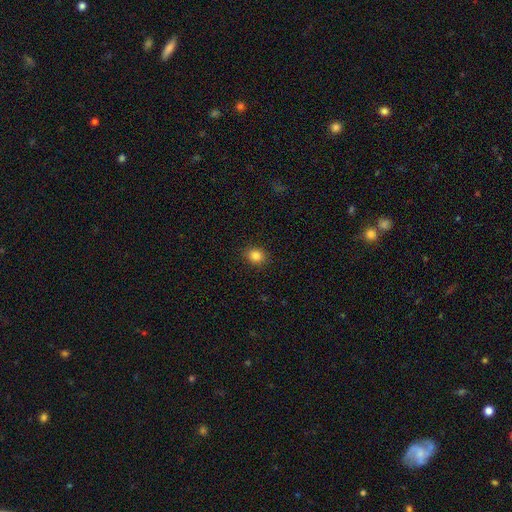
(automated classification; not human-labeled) Morphology: type=smooth (85%); roundness=round (65%); merging=none (89%).